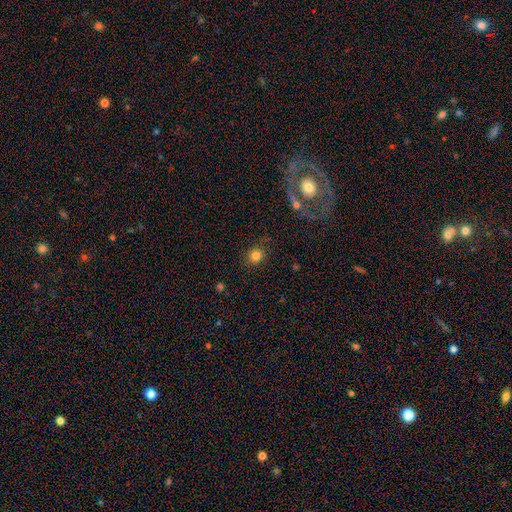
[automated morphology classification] The model was most divided on "how rounded": round: 83%, in between: 16%, cigar-shaped: 1%. More confident: merging — none (83%); smooth or featured — smooth (82%).